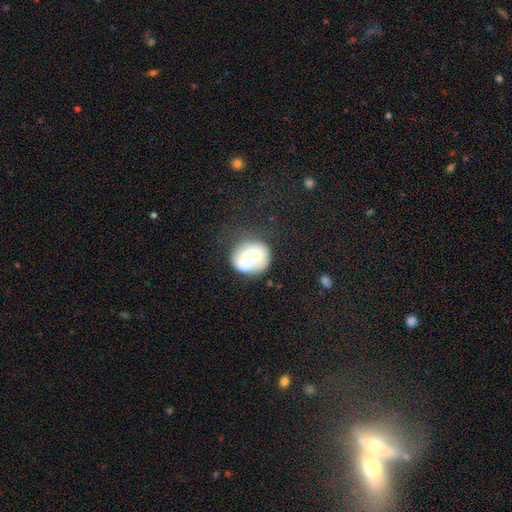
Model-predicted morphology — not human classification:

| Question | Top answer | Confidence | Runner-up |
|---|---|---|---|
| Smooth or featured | smooth | 48% | featured or disk (44%) |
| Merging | merger | 54% | none (27%) |